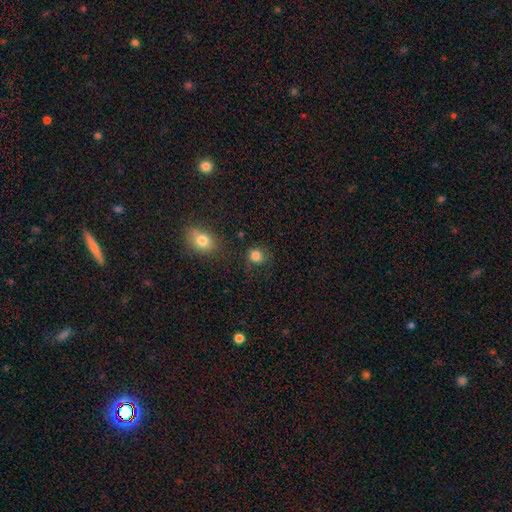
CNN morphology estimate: type=smooth (83%); roundness=round (77%); merging=none (69%).